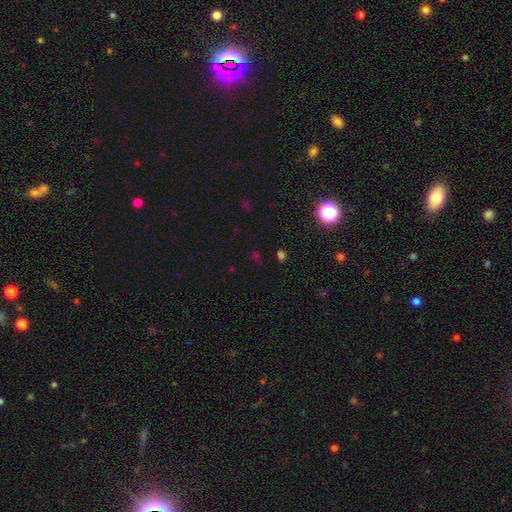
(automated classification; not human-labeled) A star or artifact, not a galaxy (52%).

Vote fractions:
- Smooth or featured? star or artifact: 52% / smooth: 41% / featured or disk: 7%